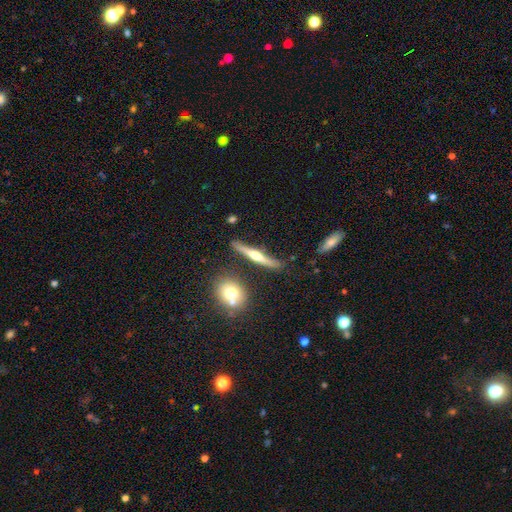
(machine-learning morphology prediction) type=featured or disk (68%); edge-on=yes (96%); edge-on bulge=rounded (82%); merging=none (81%).